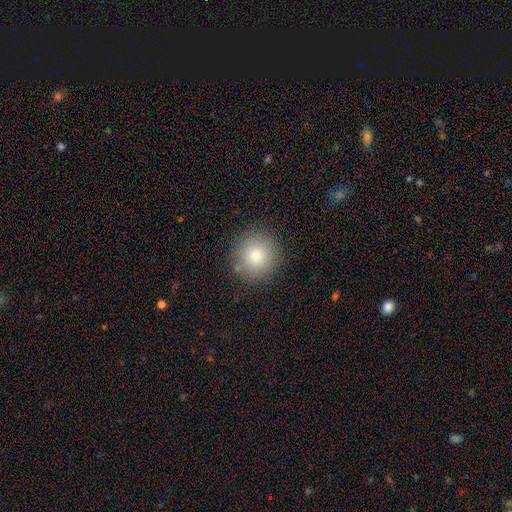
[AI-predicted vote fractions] Smooth or featured? Predicted: smooth (p=0.80). How rounded? Predicted: round (p=0.92). Merging? Predicted: none (p=0.89).